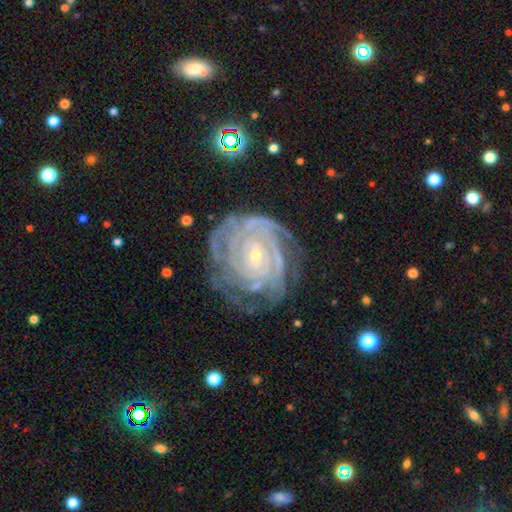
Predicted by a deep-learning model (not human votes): A featured or disk galaxy (88%) with no bar (65%), tight (84%) spiral arms (97%) and a small central bulge (84%). Merging: none (64%).